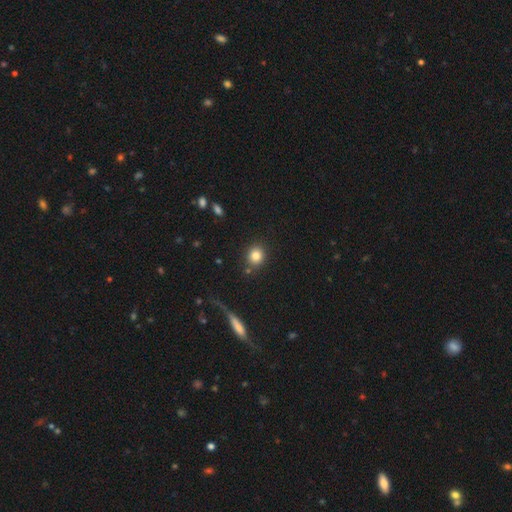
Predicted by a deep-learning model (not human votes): Smooth or featured? Predicted: smooth (p=0.83). How rounded? Predicted: round (p=0.83). Merging? Predicted: none (p=0.84).